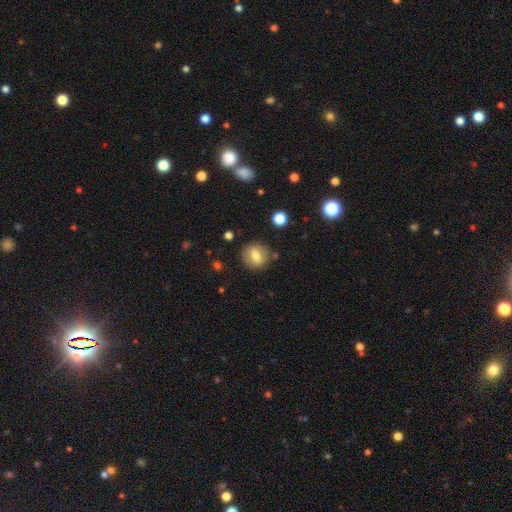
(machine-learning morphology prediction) Smooth or featured: smooth — 70% (featured or disk — 21%)
How rounded: round — 72% (in between — 26%)
Merging: none — 84% (minor disturbance — 10%)